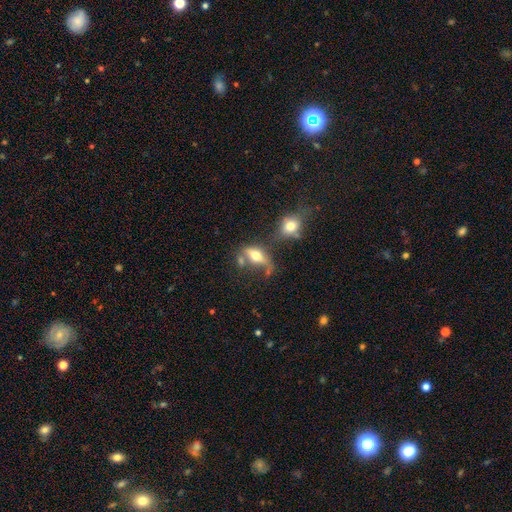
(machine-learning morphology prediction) This appears to be a smooth galaxy with no disk features (56%) that is in between round and cigar-shaped (74%). Merging: none (36%).